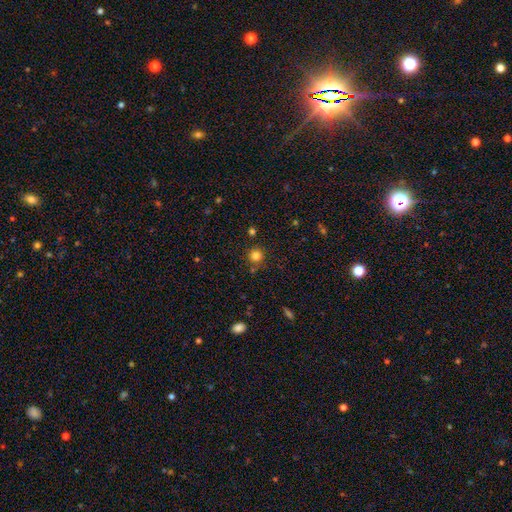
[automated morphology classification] Smooth or featured? Predicted: smooth (p=0.80). How rounded? Predicted: round (p=0.93). Merging? Predicted: none (p=0.82).